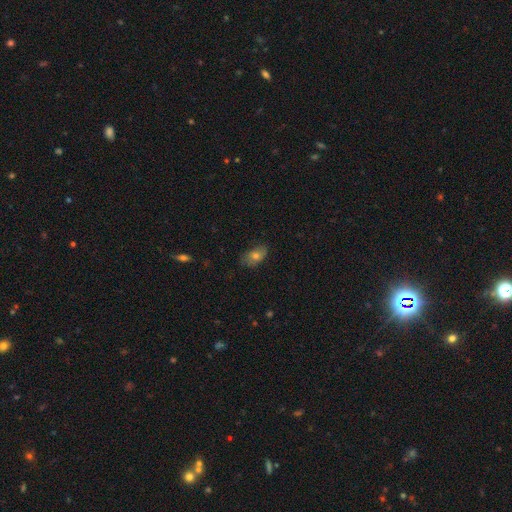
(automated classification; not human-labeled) A smooth galaxy with no disk features (69%) that is in between round and cigar-shaped (87%).

Vote fractions:
- Smooth or featured? smooth: 69% / featured or disk: 20% / star or artifact: 11%
- How rounded? in between: 87% / round: 10% / cigar-shaped: 3%
- Merging? none: 72% / minor disturbance: 22% / major disturbance: 5% / merger: 1%